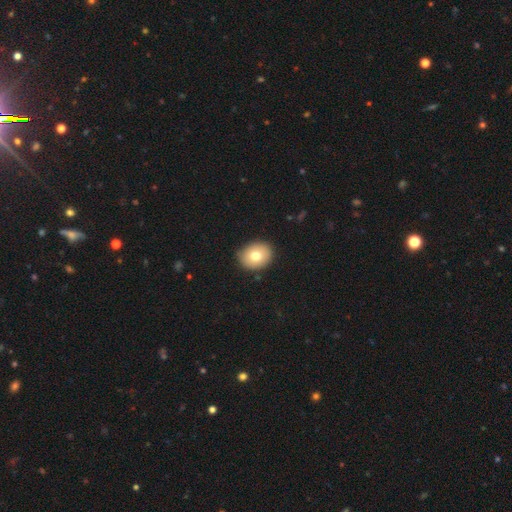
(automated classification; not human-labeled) A smooth galaxy with no disk features (75%) that is round (54%).

Vote fractions:
- Smooth or featured? smooth: 75% / featured or disk: 16% / star or artifact: 9%
- How rounded? round: 54% / in between: 45% / cigar-shaped: 1%
- Merging? none: 87% / minor disturbance: 10% / major disturbance: 2% / merger: 1%